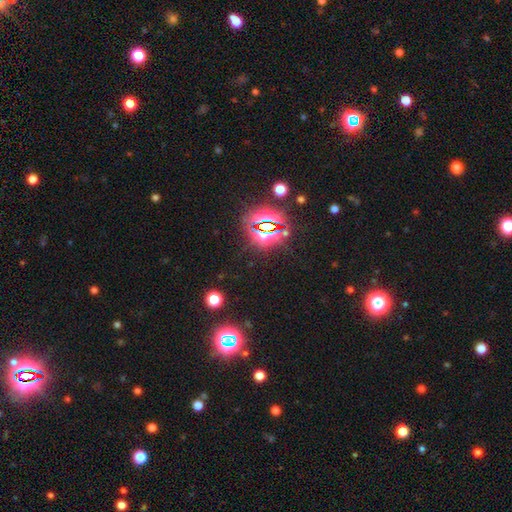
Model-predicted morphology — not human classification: Smooth or featured?
  - star or artifact: 82% *
  - smooth: 12%
  - featured or disk: 6%